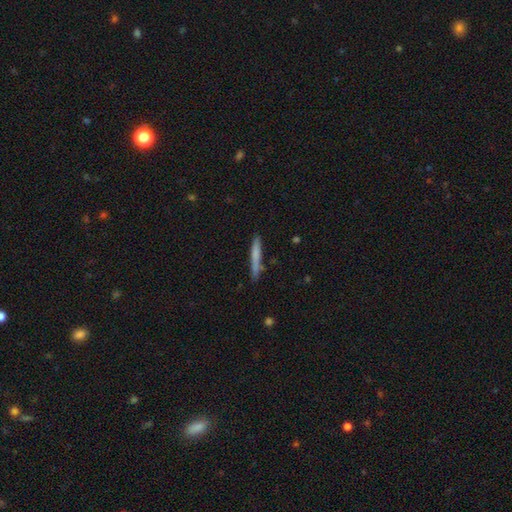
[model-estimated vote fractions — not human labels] Smooth or featured? Predicted: smooth (p=0.70). How rounded? Predicted: cigar-shaped (p=0.95). Merging? Predicted: none (p=0.81).